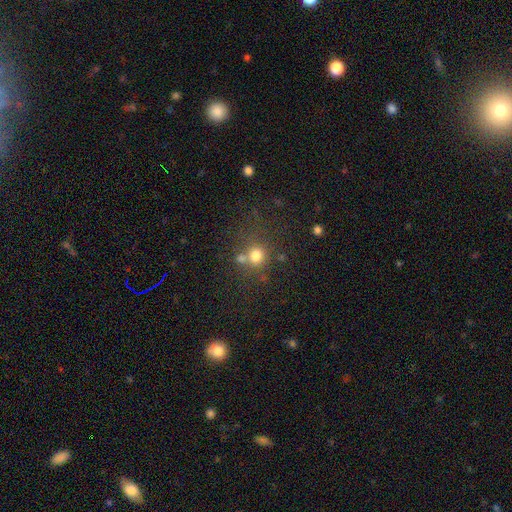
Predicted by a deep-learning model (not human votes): A smooth galaxy with no disk features (75%) that is round (86%).

Vote fractions:
- Smooth or featured? smooth: 75% / star or artifact: 16% / featured or disk: 10%
- How rounded? round: 86% / in between: 14% / cigar-shaped: 1%
- Merging? none: 56% / merger: 29% / minor disturbance: 10% / major disturbance: 5%